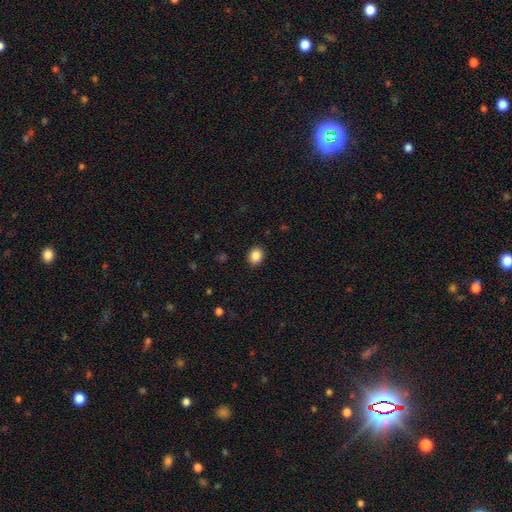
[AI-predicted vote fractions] A smooth galaxy with no disk features (86%) that is round (58%).

Vote fractions:
- Smooth or featured? smooth: 86% / star or artifact: 9% / featured or disk: 4%
- How rounded? round: 58% / in between: 41% / cigar-shaped: 1%
- Merging? none: 90% / minor disturbance: 7% / major disturbance: 2% / merger: 1%